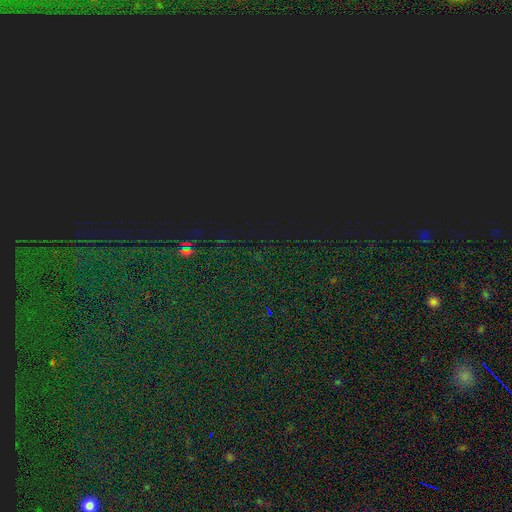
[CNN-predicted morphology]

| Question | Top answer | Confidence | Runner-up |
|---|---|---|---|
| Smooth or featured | star or artifact | 86% | smooth (8%) |